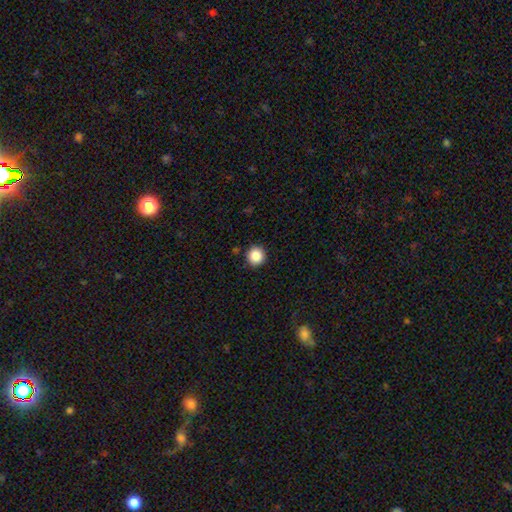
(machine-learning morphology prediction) Smooth or featured?
  - smooth: 87% *
  - star or artifact: 10%
  - featured or disk: 3%
How rounded?
  - round: 95% *
  - in between: 4%
  - cigar-shaped: 1%
Merging?
  - none: 91% *
  - minor disturbance: 6%
  - major disturbance: 2%
  - merger: 1%